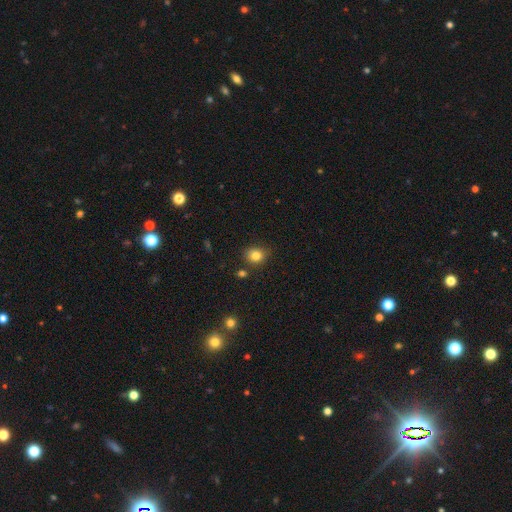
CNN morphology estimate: Smooth or featured? Predicted: smooth (p=0.82). How rounded? Predicted: round (p=0.72). Merging? Predicted: none (p=0.80).